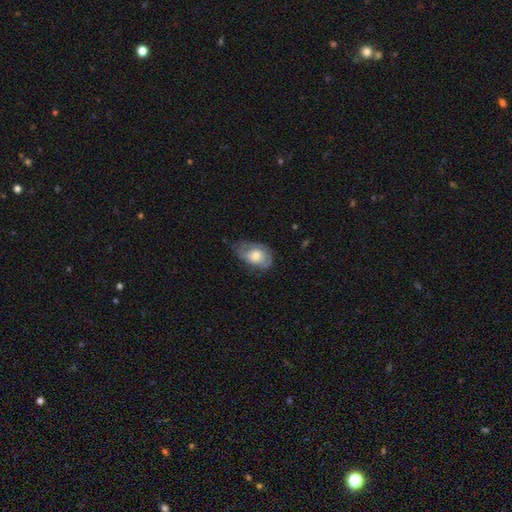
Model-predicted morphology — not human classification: A smooth galaxy with no disk features (55%) that is in between round and cigar-shaped (83%). Merging: none (51%).